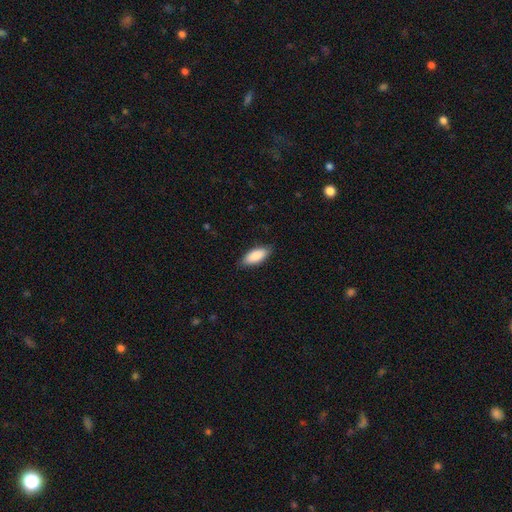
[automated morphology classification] Smooth or featured? Predicted: smooth (p=0.87). How rounded? Predicted: in between (p=0.85). Merging? Predicted: none (p=0.84).